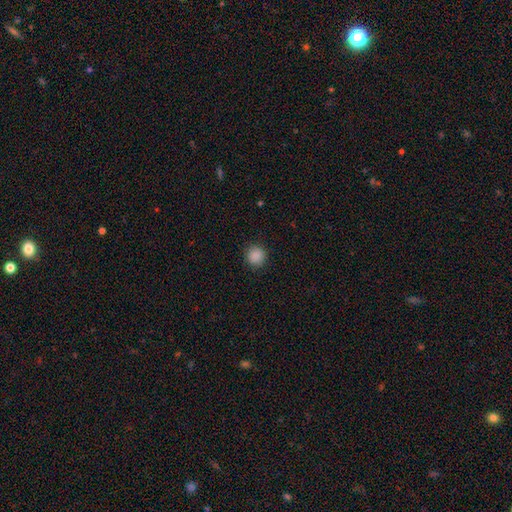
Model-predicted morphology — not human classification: A smooth galaxy with no disk features (89%) that is round (93%). Merging: none (91%).